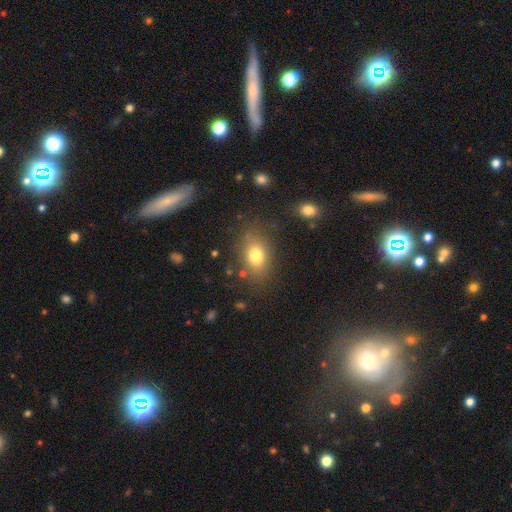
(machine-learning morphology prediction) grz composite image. It shows a smooth galaxy with no disk features (77%) that is in between round and cigar-shaped (74%). Merging: none (76%).